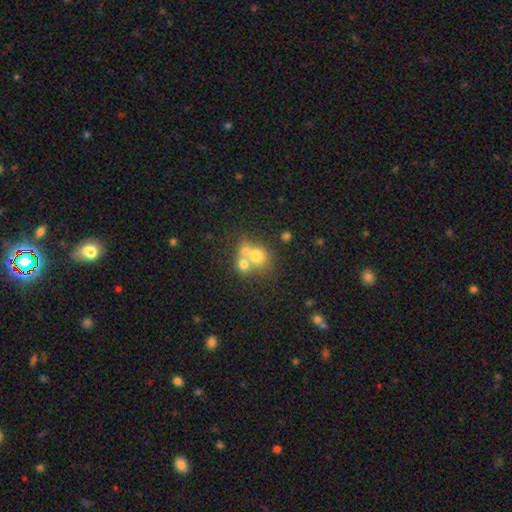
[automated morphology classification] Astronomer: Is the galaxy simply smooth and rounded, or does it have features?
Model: smooth — 64%.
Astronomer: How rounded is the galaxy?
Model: round — 72%.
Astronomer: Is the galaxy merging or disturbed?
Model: merger — 57%.